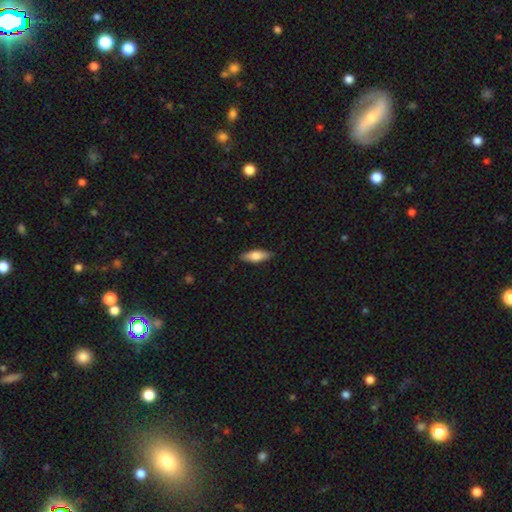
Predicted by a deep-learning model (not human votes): A smooth galaxy with no disk features (73%) that is in between round and cigar-shaped (63%). Merging: none (87%).